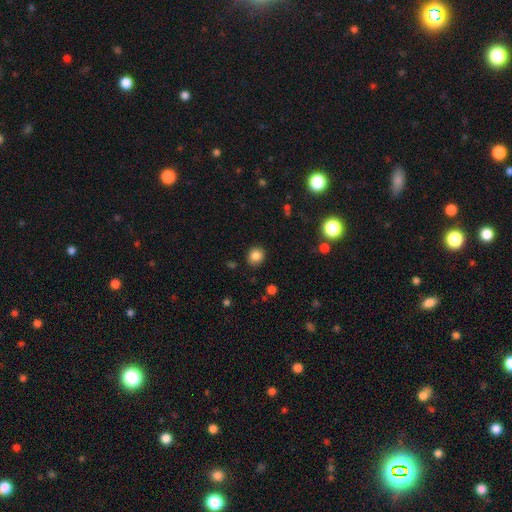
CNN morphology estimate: The model was most divided on "how rounded": round: 78%, in between: 21%, cigar-shaped: 1%. More confident: merging — none (89%); smooth or featured — smooth (84%).